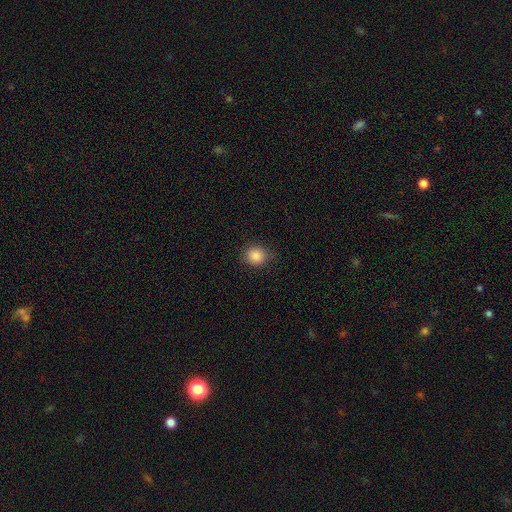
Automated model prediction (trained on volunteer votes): Q: Smooth or featured?
A: smooth (86%); runner-up: star or artifact (10%)
Q: How rounded?
A: round (82%); runner-up: in between (17%)
Q: Merging?
A: none (86%); runner-up: minor disturbance (10%)